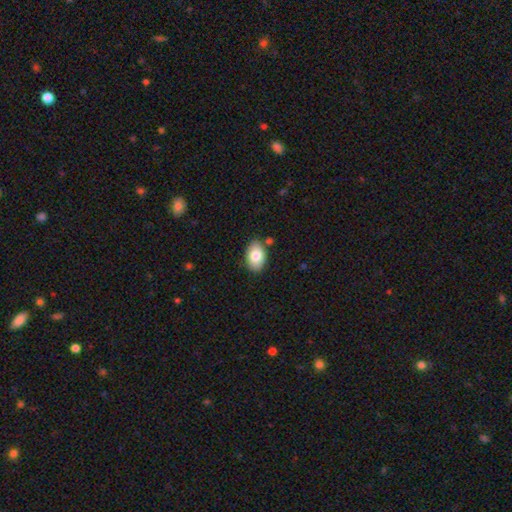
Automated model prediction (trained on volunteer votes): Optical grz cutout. It shows a smooth galaxy with no disk features (81%) that is in between round and cigar-shaped (88%). Merging: none (82%).